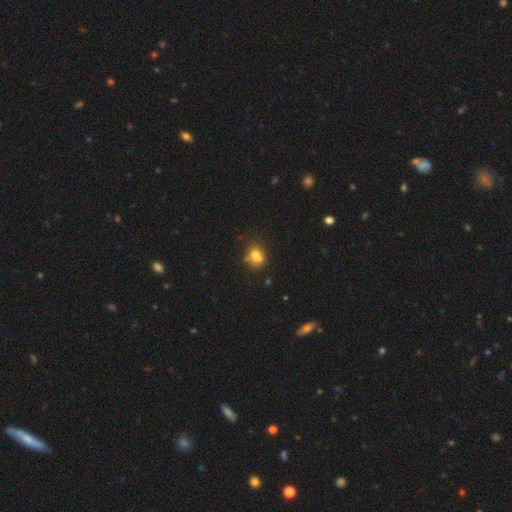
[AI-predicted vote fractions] smooth-or-featured: smooth: 69% | featured or disk: 18% | star or artifact: 13%
  how-rounded: round: 56% | in between: 42% | cigar-shaped: 1%
  merging: none: 41% | merger: 40% | minor disturbance: 14% | major disturbance: 5%